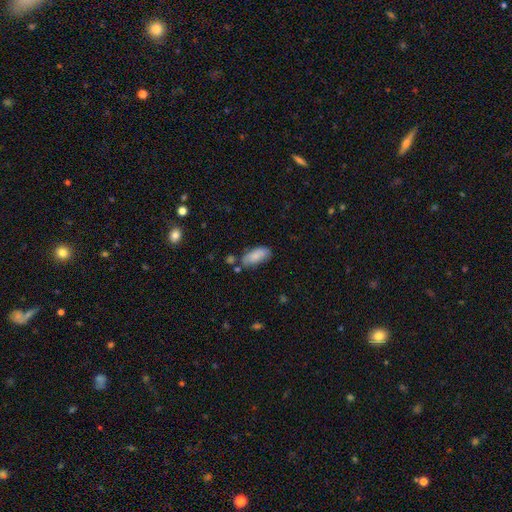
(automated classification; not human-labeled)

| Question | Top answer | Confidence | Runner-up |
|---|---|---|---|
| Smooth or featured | smooth | 80% | featured or disk (14%) |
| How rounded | in between | 89% | cigar-shaped (9%) |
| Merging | none | 59% | minor disturbance (25%) |